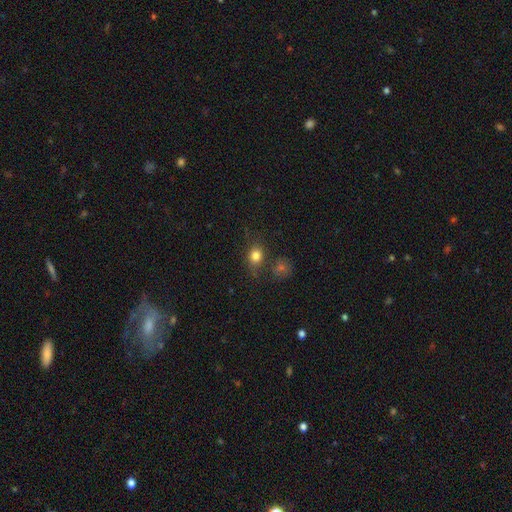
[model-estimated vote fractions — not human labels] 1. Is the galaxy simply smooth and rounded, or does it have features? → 79% smooth, 13% star or artifact, 8% featured or disk.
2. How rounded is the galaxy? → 67% round, 31% in between, 2% cigar-shaped.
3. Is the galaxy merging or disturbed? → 66% none, 16% minor disturbance, 12% merger, 6% major disturbance.